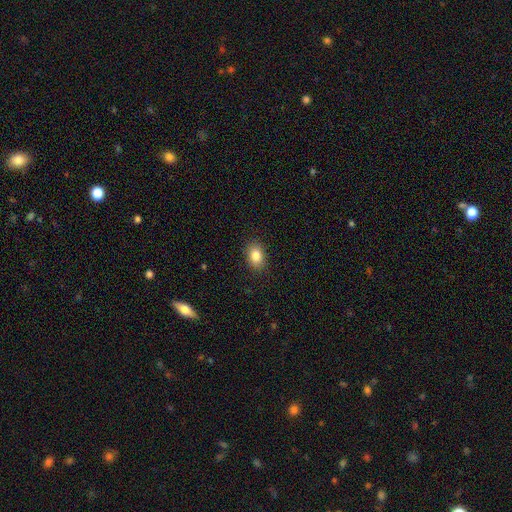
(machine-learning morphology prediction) This appears to be a smooth galaxy with no disk features (85%) that is in between round and cigar-shaped (75%). Merging: none (88%).